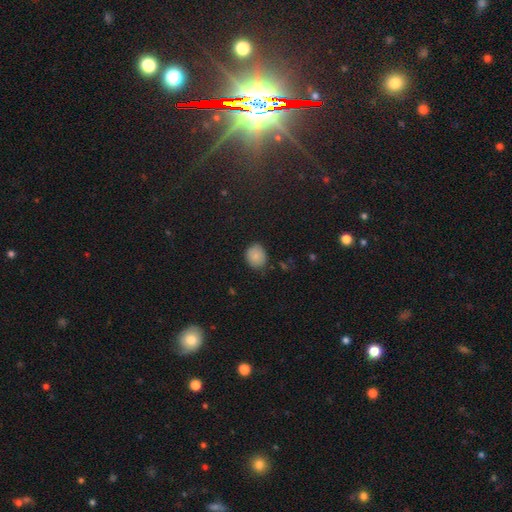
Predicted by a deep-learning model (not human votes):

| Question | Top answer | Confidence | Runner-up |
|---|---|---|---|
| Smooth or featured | smooth | 82% | star or artifact (11%) |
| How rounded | round | 68% | in between (31%) |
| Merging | none | 78% | minor disturbance (18%) |